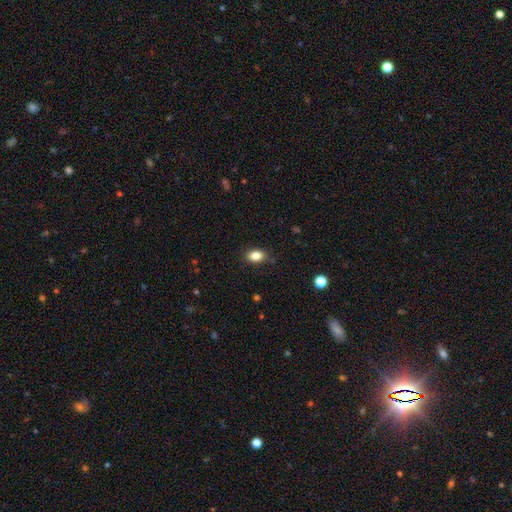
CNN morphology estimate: Smooth or featured? smooth (85%)
How rounded? in between (84%)
Merging? none (85%)